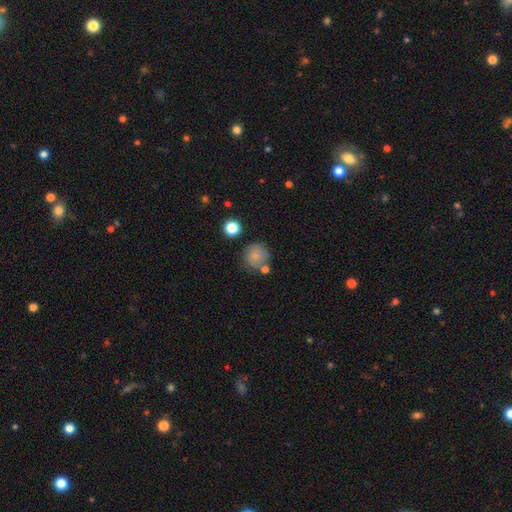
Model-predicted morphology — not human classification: This is likely a smooth galaxy (77%). How rounded: clearly round (87%). Merging: likely none (63%).